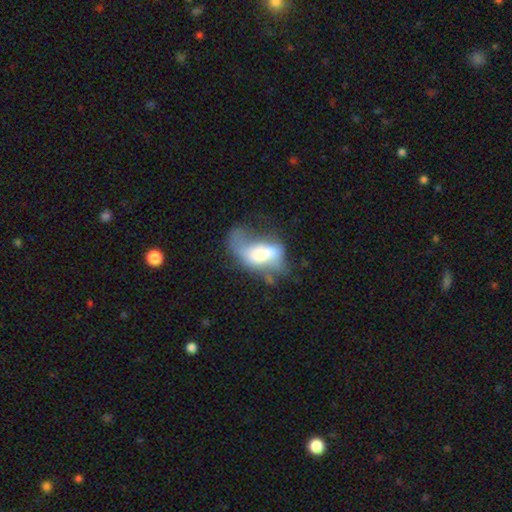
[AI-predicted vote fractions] Smooth or featured: featured or disk — 47% (smooth — 44%)
Merging: major disturbance — 50% (none — 20%)